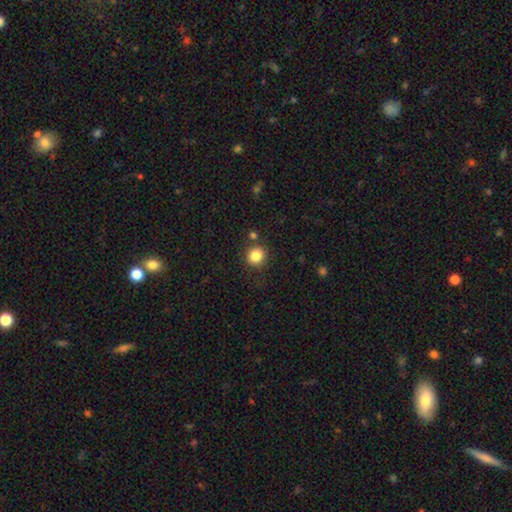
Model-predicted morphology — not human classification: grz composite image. It shows a smooth galaxy with no disk features (85%) that is round (87%). Merging: none (81%).